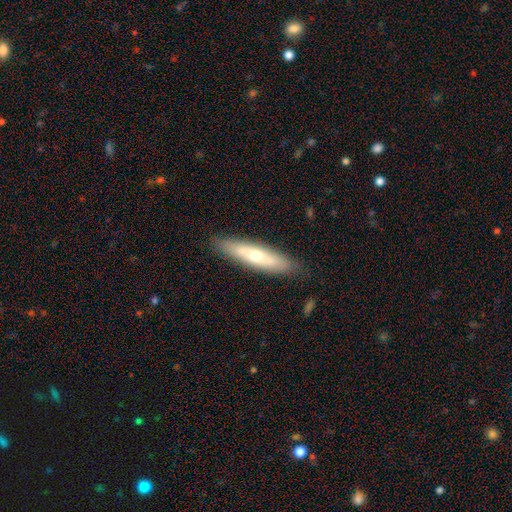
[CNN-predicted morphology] Smooth or featured? Predicted: smooth (p=0.48). Merging? Predicted: none (p=0.88).